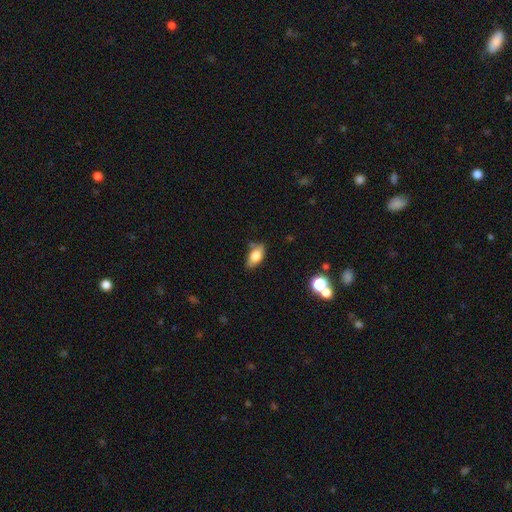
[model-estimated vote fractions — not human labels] smooth 74%, featured or disk 17%, star or artifact 9%. Down the decision tree: how rounded — in between (87%); merging — none (59%).